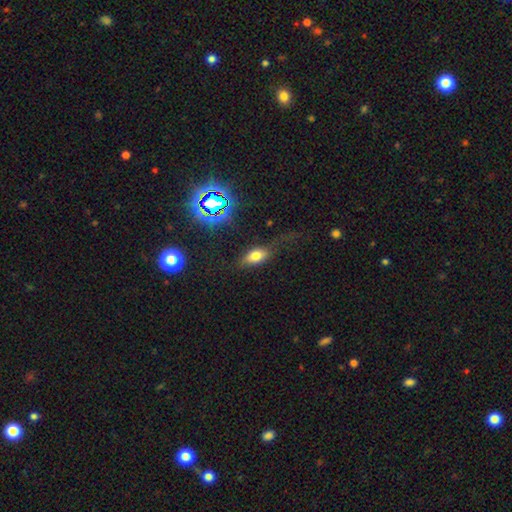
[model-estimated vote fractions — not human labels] Q: Smooth or featured?
A: smooth (65%); runner-up: featured or disk (20%)
Q: How rounded?
A: in between (84%); runner-up: cigar-shaped (8%)
Q: Merging?
A: none (55%); runner-up: minor disturbance (21%)